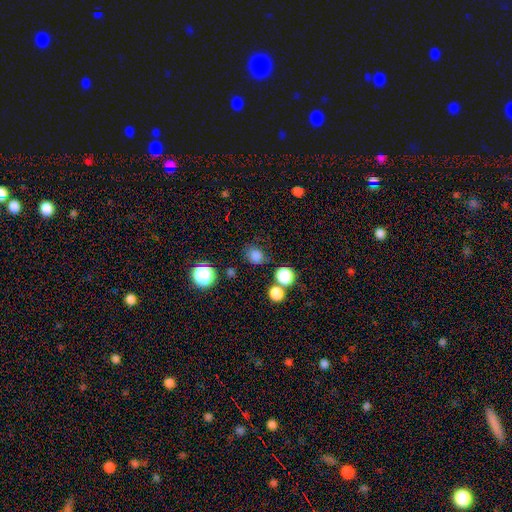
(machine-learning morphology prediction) The model was most divided on "how rounded": round: 72%, in between: 27%, cigar-shaped: 1%. More confident: smooth or featured — smooth (78%); merging — none (70%).